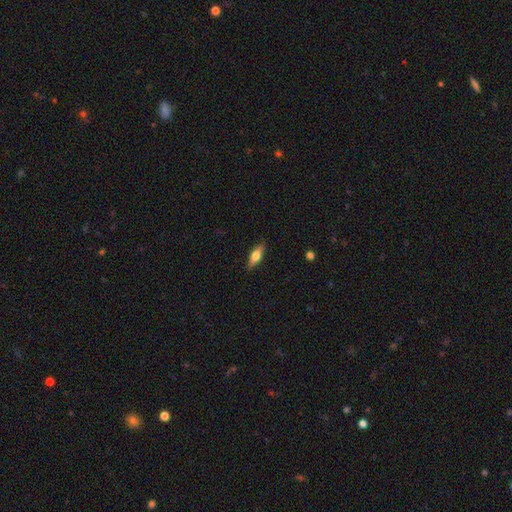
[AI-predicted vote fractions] Smooth or featured? smooth (60%)
How rounded? in between (60%)
Merging? none (87%)